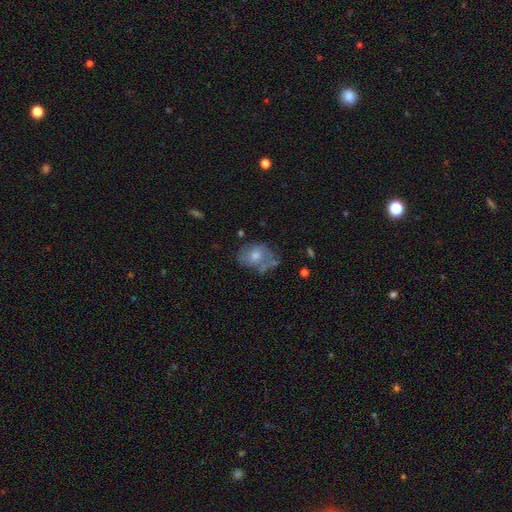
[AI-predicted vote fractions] A featured or disk galaxy (46%).

Vote fractions:
- Smooth or featured? featured or disk: 46% / smooth: 42% / star or artifact: 13%
- Merging? none: 53% / minor disturbance: 24% / major disturbance: 13% / merger: 9%